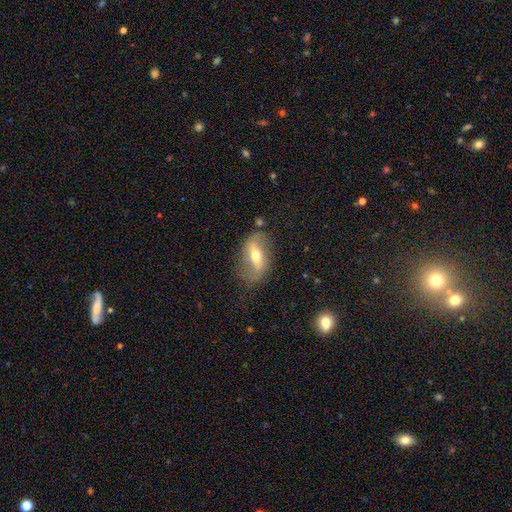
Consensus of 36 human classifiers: A featured or disk galaxy (61%) with a strong bar (47%, tied with weak), 2 (80%) loose (80%) spiral arms (59%) and a moderate central bulge (82%).

Vote fractions:
- Smooth or featured? featured or disk: 61% / smooth: 39% / star or artifact: 0%
- Edge-on disk? no: 77% / yes: 23%
- Bar? strong: 47% (tied) / weak: 47% (tied) / no: 6%
- Spiral arms? yes: 59% / no: 41%
- Spiral winding? loose: 80% / medium: 20% / tight: 0%
- Spiral arm count? 2: 80% / can't tell: 20% / 1: 0% / 3: 0% / 4: 0% / more than 4: 0%
- Bulge size? moderate: 82% / small: 12% / dominant: 6% / large: 0% / none: 0%
- Merging? none: 75% / minor disturbance: 25% / major disturbance: 0% / merger: 0%